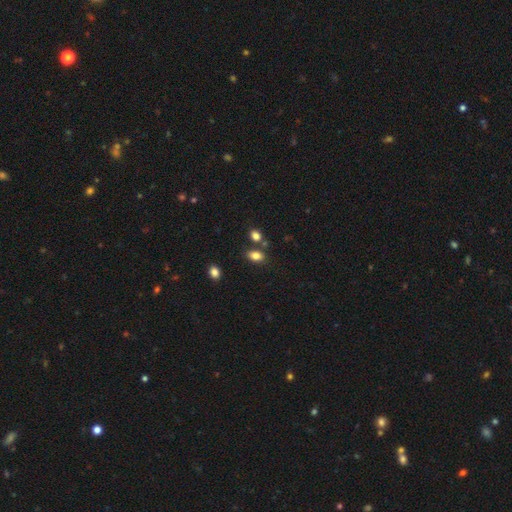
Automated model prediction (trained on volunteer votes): A smooth galaxy with no disk features (82%) that is in between round and cigar-shaped (85%).

Vote fractions:
- Smooth or featured? smooth: 82% / star or artifact: 10% / featured or disk: 7%
- How rounded? in between: 85% / round: 13% / cigar-shaped: 2%
- Merging? none: 72% / merger: 13% / minor disturbance: 11% / major disturbance: 3%